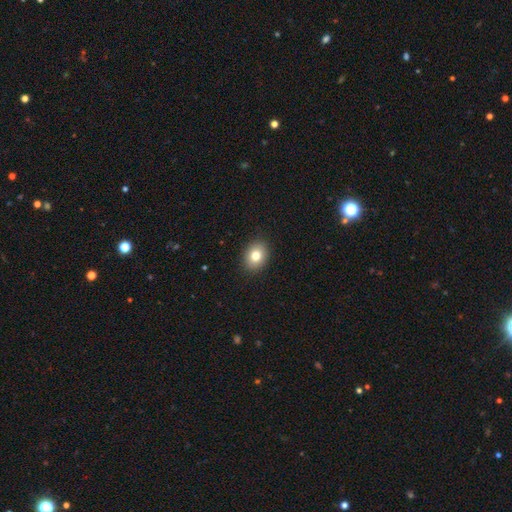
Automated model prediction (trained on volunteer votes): This is likely a smooth galaxy (80%). How rounded: possibly in between (54%). Merging: clearly none (90%).